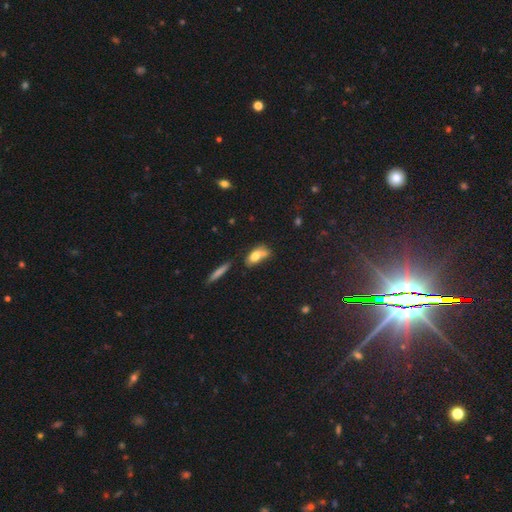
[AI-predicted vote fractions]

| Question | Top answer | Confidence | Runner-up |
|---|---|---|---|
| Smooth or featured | smooth | 73% | featured or disk (17%) |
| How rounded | in between | 77% | cigar-shaped (16%) |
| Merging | none | 34% | minor disturbance (26%) |